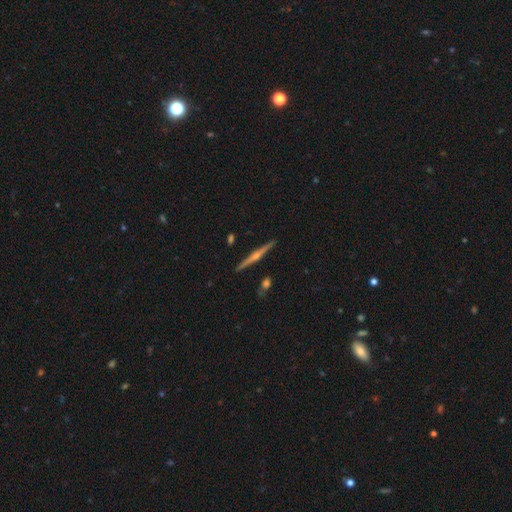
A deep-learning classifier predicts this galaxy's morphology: Q: Smooth or featured?
A: featured or disk (82%); runner-up: smooth (13%)
Q: Edge-on disk?
A: yes (99%); runner-up: no (1%)
Q: Edge-on bulge?
A: rounded (90%); runner-up: none (6%)
Q: Merging?
A: none (92%); runner-up: minor disturbance (5%)